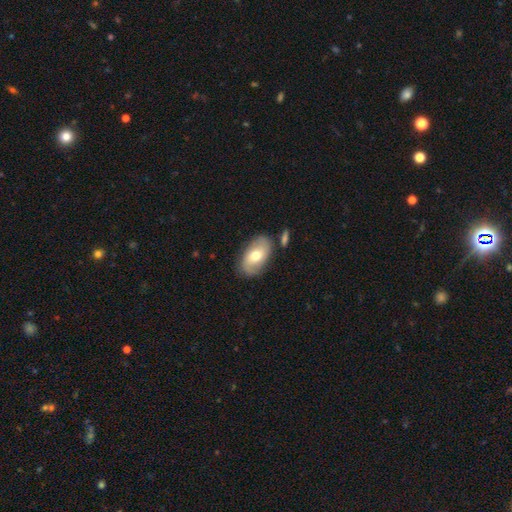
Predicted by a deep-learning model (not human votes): Overall: smooth (57%; featured or disk 37%). How rounded: in between (92%). Merging: none (77%).